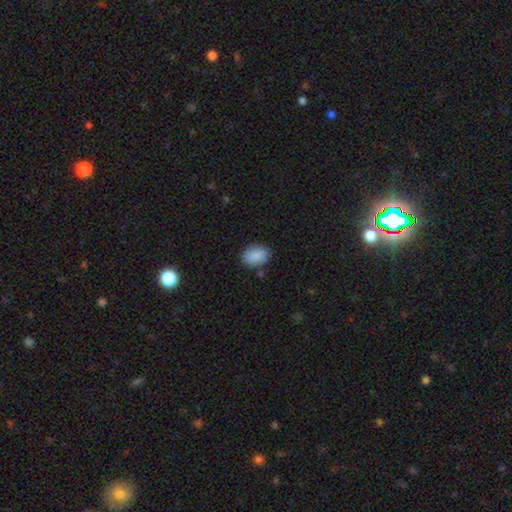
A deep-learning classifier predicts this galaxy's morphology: type=smooth (88%); roundness=in between (80%); merging=none (79%).